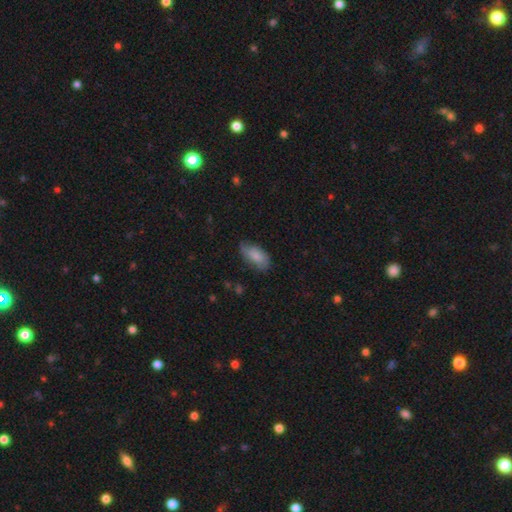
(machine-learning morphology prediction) This appears to be a smooth galaxy with no disk features (75%) that is in between round and cigar-shaped (92%). Merging: none (56%).